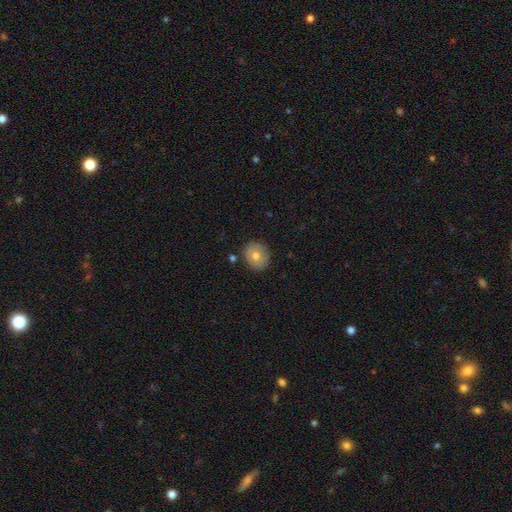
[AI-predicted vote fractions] Q: Smooth or featured?
A: smooth (74%); runner-up: featured or disk (17%)
Q: How rounded?
A: round (77%); runner-up: in between (22%)
Q: Merging?
A: none (86%); runner-up: minor disturbance (9%)